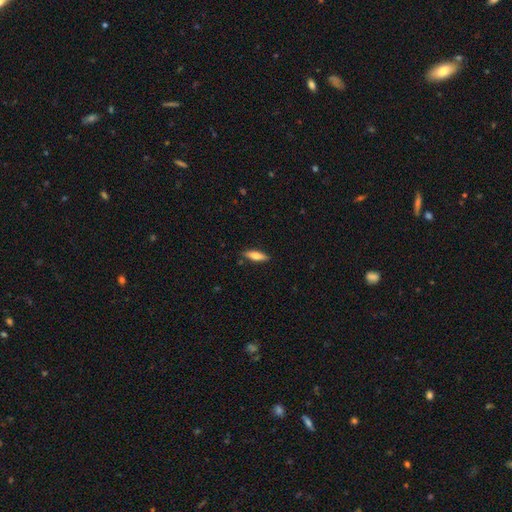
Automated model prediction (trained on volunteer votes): Q: Smooth or featured?
A: smooth (70%); runner-up: featured or disk (24%)
Q: How rounded?
A: cigar-shaped (53%); runner-up: in between (45%)
Q: Merging?
A: none (86%); runner-up: minor disturbance (10%)